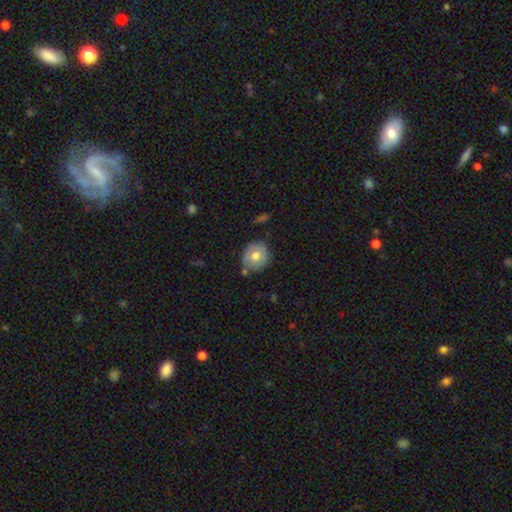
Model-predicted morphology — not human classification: smooth-or-featured: smooth: 69% | featured or disk: 23% | star or artifact: 8%
  how-rounded: round: 78% | in between: 21% | cigar-shaped: 1%
  merging: none: 69% | minor disturbance: 20% | merger: 6% | major disturbance: 4%